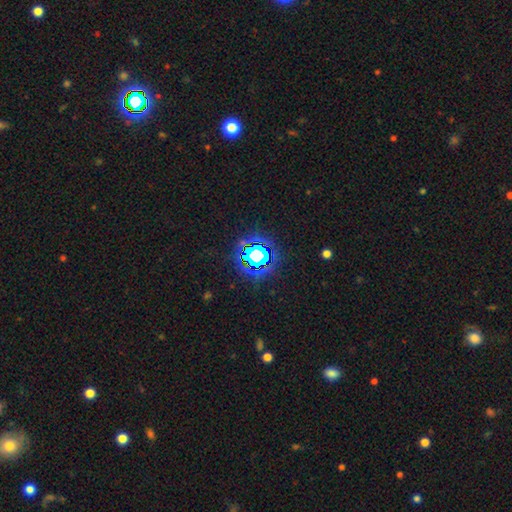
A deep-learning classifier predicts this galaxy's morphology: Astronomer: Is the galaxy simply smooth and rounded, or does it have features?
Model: star or artifact — 70%.